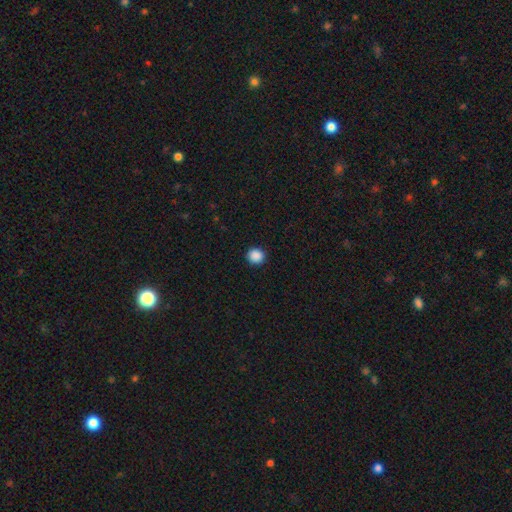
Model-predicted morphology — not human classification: Smooth or featured? Predicted: smooth (p=0.89). How rounded? Predicted: round (p=0.92). Merging? Predicted: none (p=0.92).